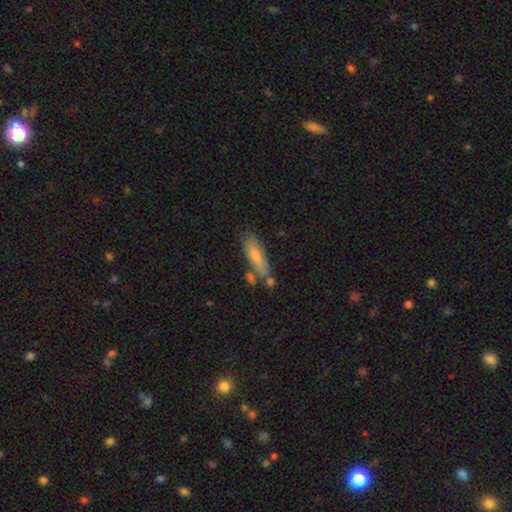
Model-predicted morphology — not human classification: smooth-or-featured: smooth: 65% | featured or disk: 28% | star or artifact: 7%
  how-rounded: cigar-shaped: 53% | in between: 45% | round: 2%
  merging: none: 64% | minor disturbance: 17% | merger: 15% | major disturbance: 4%